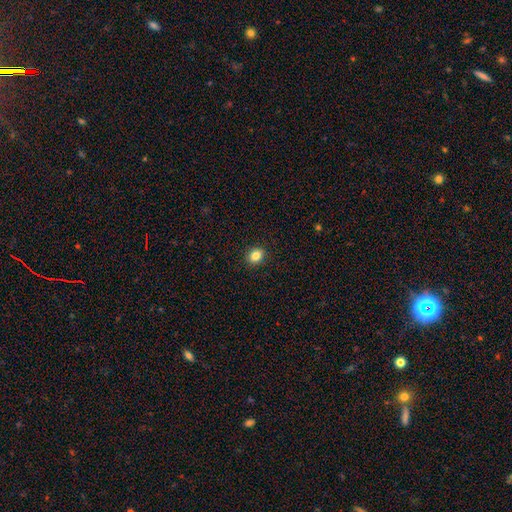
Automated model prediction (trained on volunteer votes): Morphology: type=smooth (84%); roundness=round (61%); merging=none (91%).